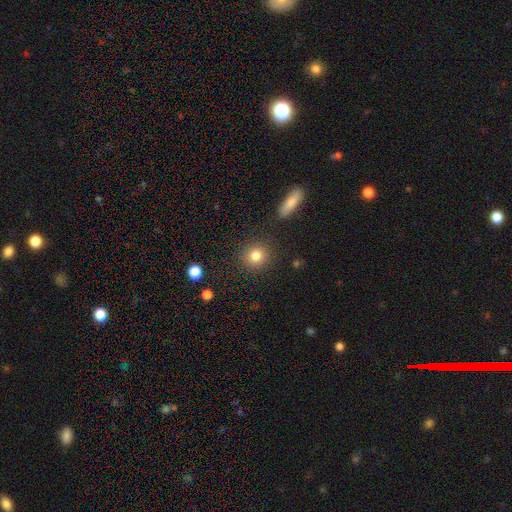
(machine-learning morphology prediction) smooth-or-featured: smooth: 82% | star or artifact: 10% | featured or disk: 7%
  how-rounded: round: 88% | in between: 11% | cigar-shaped: 1%
  merging: none: 89% | minor disturbance: 7% | major disturbance: 3% | merger: 2%